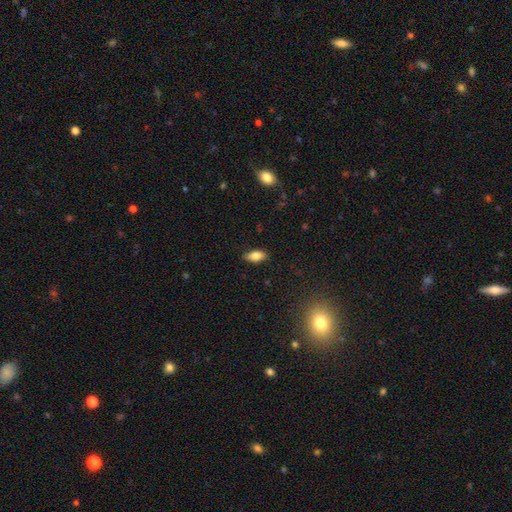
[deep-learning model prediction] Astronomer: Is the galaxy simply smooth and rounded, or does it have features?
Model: smooth — 81%.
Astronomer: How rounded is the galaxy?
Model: in between — 90%.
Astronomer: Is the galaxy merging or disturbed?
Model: none — 85%.